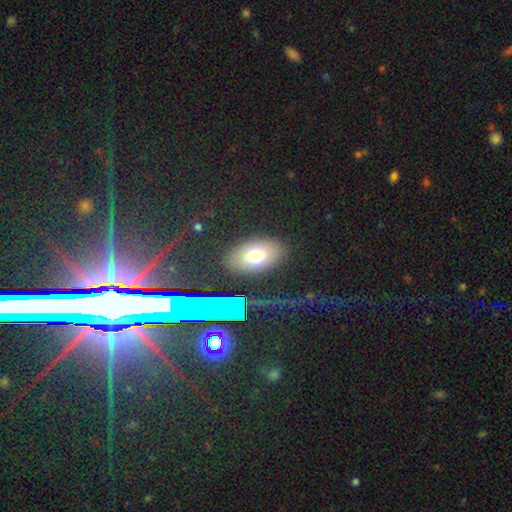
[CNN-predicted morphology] A smooth galaxy with no disk features (71%) that is in between round and cigar-shaped (88%). Merging: none (83%).